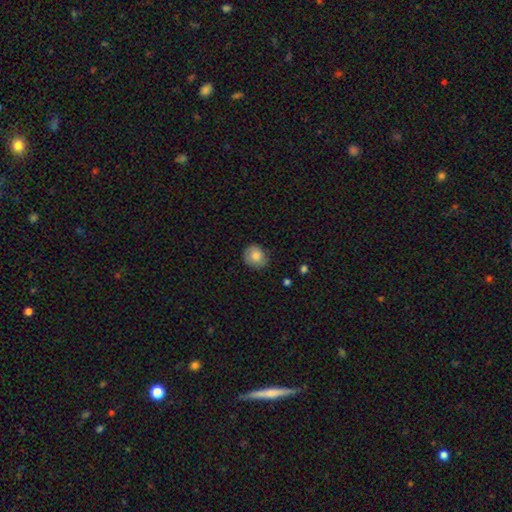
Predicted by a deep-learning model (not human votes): Smooth or featured: smooth — 80% (featured or disk — 12%)
How rounded: round — 72% (in between — 27%)
Merging: none — 75% (minor disturbance — 20%)